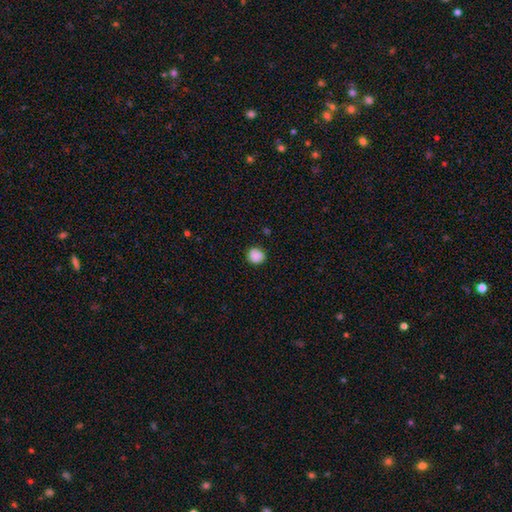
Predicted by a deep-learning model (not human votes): Smooth or featured? smooth (88%)
How rounded? round (85%)
Merging? none (86%)